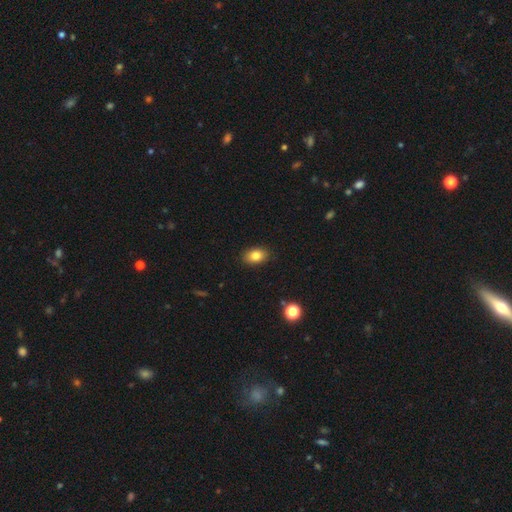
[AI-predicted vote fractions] smooth-or-featured: smooth: 83% | star or artifact: 9% | featured or disk: 8%
  how-rounded: in between: 80% | round: 18% | cigar-shaped: 1%
  merging: none: 89% | minor disturbance: 8% | major disturbance: 2% | merger: 1%